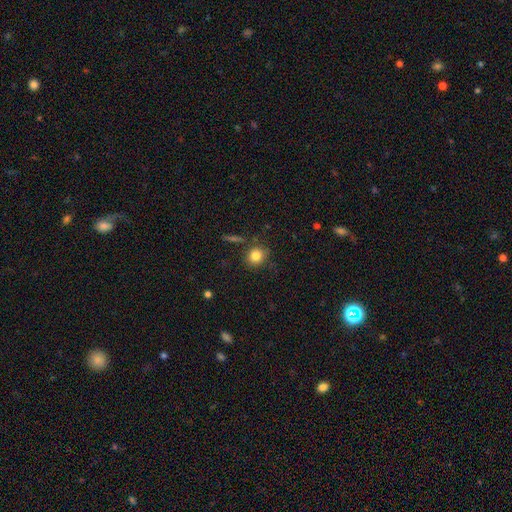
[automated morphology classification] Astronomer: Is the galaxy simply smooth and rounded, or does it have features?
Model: smooth — 82%.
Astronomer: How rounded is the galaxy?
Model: round — 79%.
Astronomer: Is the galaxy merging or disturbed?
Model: none — 81%.